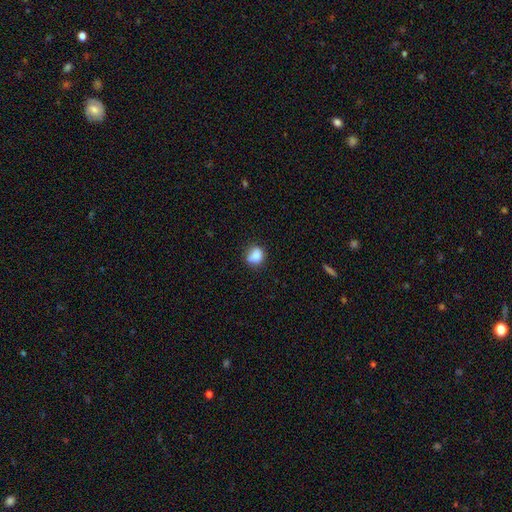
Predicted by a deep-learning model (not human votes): Smooth or featured? Predicted: smooth (p=0.85). How rounded? Predicted: round (p=0.65). Merging? Predicted: none (p=0.68).